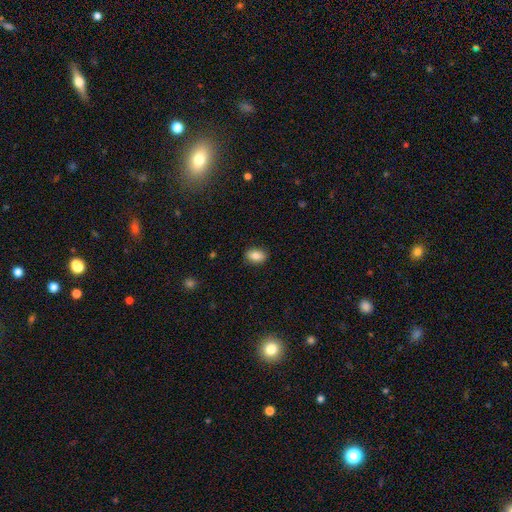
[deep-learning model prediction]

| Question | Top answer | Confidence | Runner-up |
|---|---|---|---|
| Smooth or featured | smooth | 84% | star or artifact (8%) |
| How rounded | in between | 85% | round (13%) |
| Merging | none | 88% | minor disturbance (9%) |